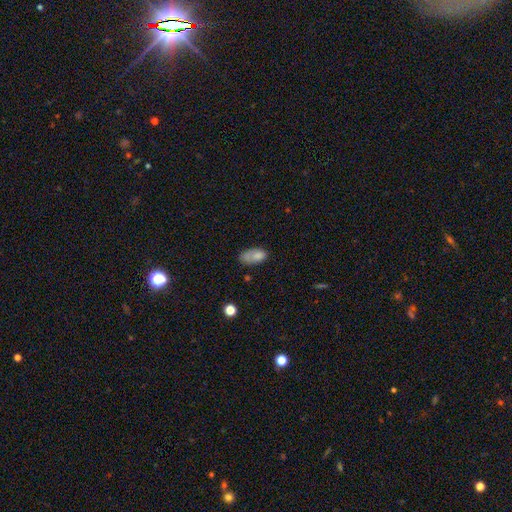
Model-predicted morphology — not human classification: This appears to be a smooth galaxy with no disk features (79%) that is in between round and cigar-shaped (92%). Merging: none (48%).